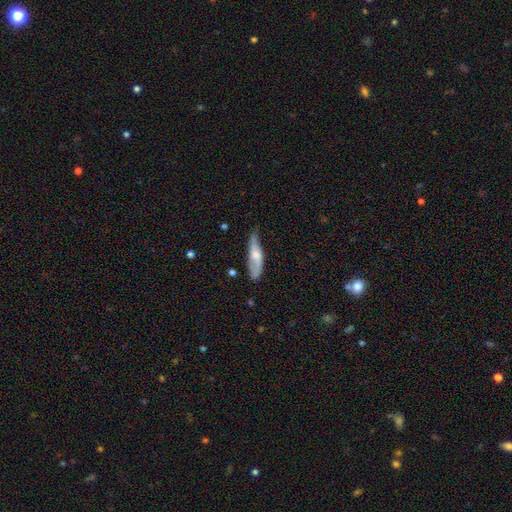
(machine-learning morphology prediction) A smooth galaxy with no disk features (51%) that is cigar-shaped (58%). Merging: none (51%).